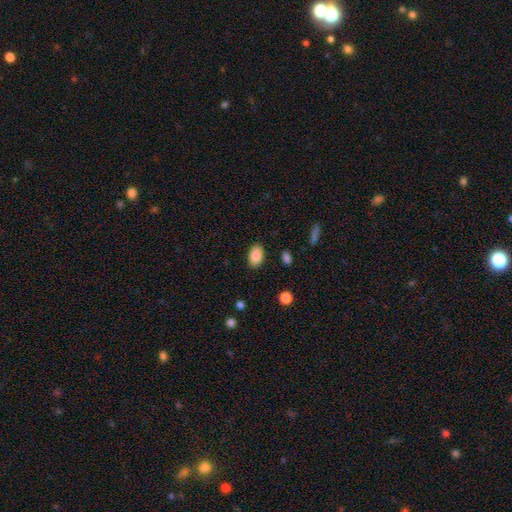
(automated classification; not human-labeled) This appears to be a smooth galaxy with no disk features (88%) that is in between round and cigar-shaped (89%). Merging: none (87%).